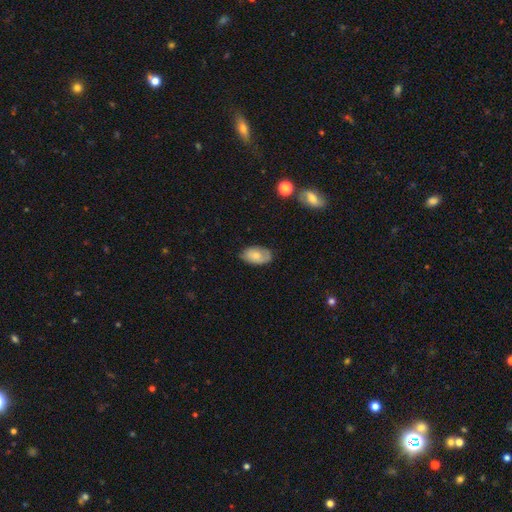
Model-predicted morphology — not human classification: Smooth or featured? smooth (68%)
How rounded? in between (92%)
Merging? none (71%)